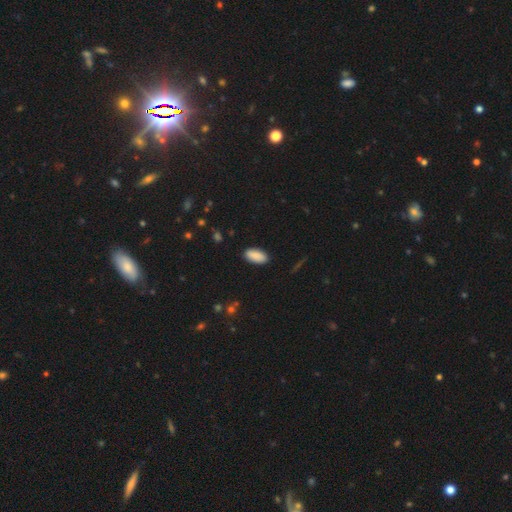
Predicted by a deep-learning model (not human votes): smooth-or-featured: smooth: 88% | star or artifact: 7% | featured or disk: 5%
  how-rounded: in between: 92% | cigar-shaped: 6% | round: 2%
  merging: none: 88% | minor disturbance: 9% | major disturbance: 2% | merger: 1%